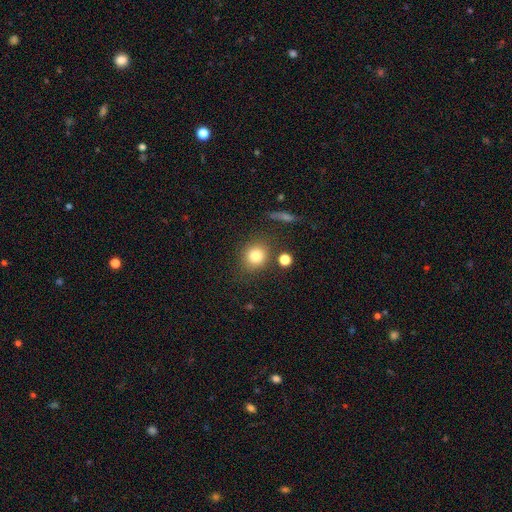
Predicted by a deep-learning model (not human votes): smooth-or-featured: smooth: 82% | star or artifact: 11% | featured or disk: 7%
  how-rounded: round: 81% | in between: 18% | cigar-shaped: 1%
  merging: none: 77% | minor disturbance: 11% | merger: 7% | major disturbance: 5%